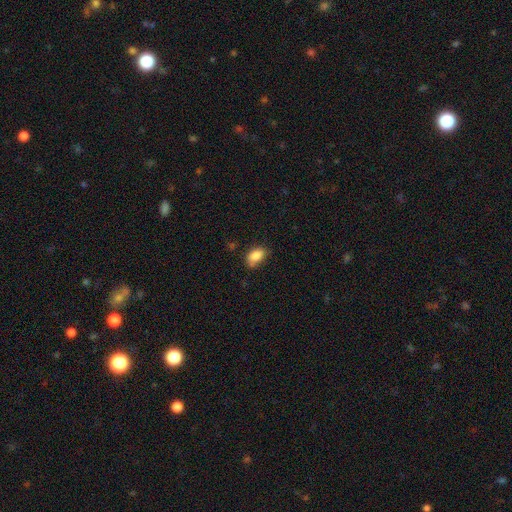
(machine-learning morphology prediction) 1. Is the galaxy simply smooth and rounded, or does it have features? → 86% smooth, 8% star or artifact, 6% featured or disk.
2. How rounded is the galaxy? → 87% in between, 11% round, 2% cigar-shaped.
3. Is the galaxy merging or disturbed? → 64% none, 26% minor disturbance, 6% major disturbance, 5% merger.